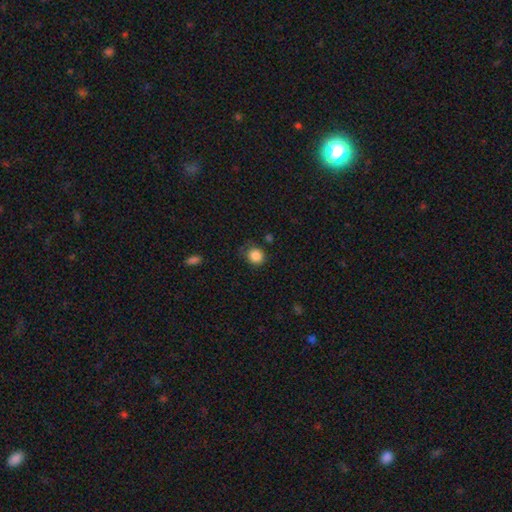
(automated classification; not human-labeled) Q: Smooth or featured?
A: smooth (86%); runner-up: star or artifact (10%)
Q: How rounded?
A: round (86%); runner-up: in between (13%)
Q: Merging?
A: none (76%); runner-up: minor disturbance (17%)